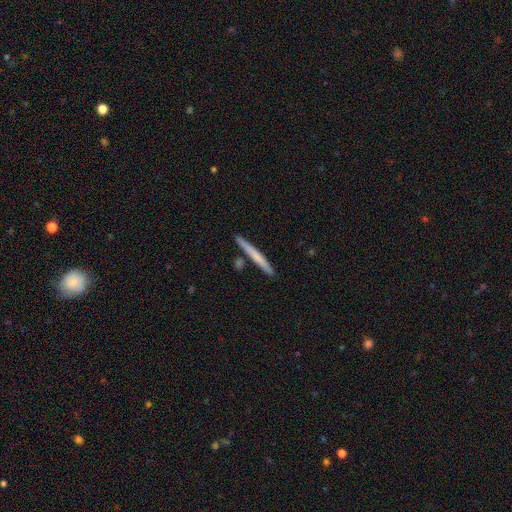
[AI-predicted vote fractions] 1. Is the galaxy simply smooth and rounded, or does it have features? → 61% smooth, 34% featured or disk, 5% star or artifact.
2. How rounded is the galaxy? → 97% cigar-shaped, 2% in between, 1% round.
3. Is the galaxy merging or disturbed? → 85% none, 8% minor disturbance, 5% merger, 2% major disturbance.